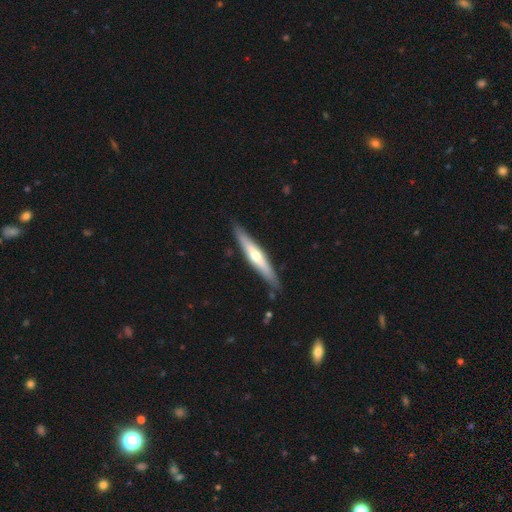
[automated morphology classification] smooth_or_featured: featured or disk (p=0.56) [alt: smooth p=0.39]
disk_edge_on: yes (p=0.93) [alt: no p=0.07]
edge_on_bulge: rounded (p=0.83) [alt: none p=0.13]
merging: none (p=0.88) [alt: minor disturbance p=0.09]